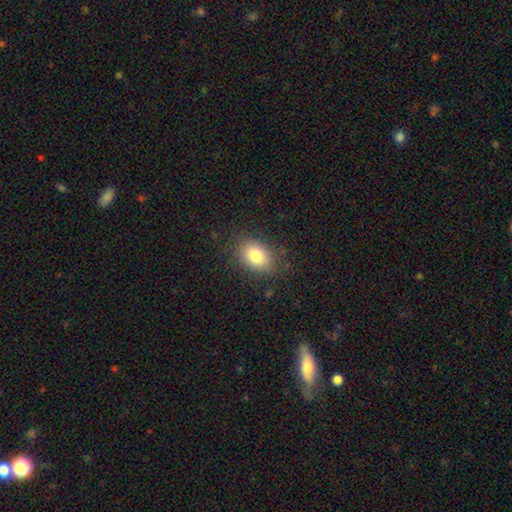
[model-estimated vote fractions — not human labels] smooth_or_featured: smooth (p=0.81) [alt: featured or disk p=0.10]
how_rounded: in between (p=0.76) [alt: round p=0.23]
merging: none (p=0.84) [alt: minor disturbance p=0.11]